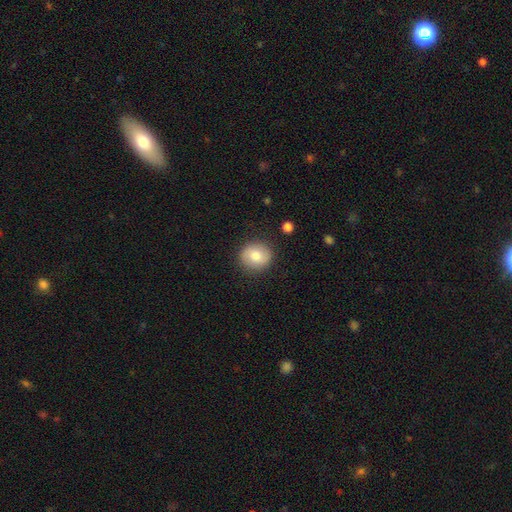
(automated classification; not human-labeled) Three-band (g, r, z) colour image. It shows a smooth galaxy with no disk features (77%) that is round (85%). Merging: none (87%).